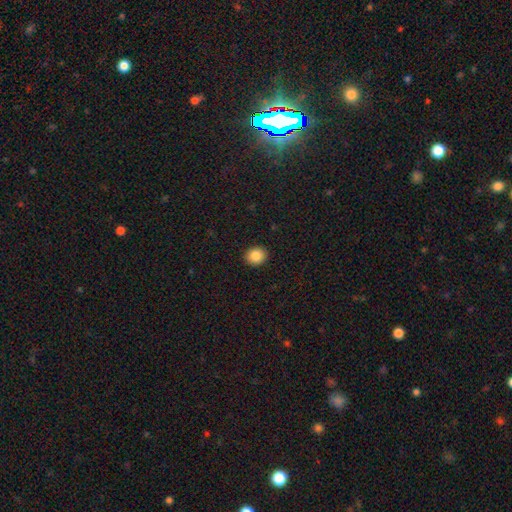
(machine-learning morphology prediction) Smooth or featured? Predicted: smooth (p=0.85). How rounded? Predicted: round (p=0.72). Merging? Predicted: none (p=0.92).